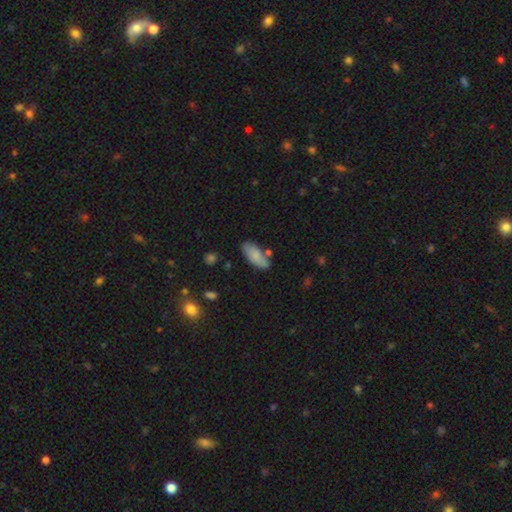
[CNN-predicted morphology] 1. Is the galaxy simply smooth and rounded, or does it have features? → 81% smooth, 12% featured or disk, 6% star or artifact.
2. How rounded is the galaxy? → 82% in between, 16% cigar-shaped, 2% round.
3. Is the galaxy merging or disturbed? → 65% none, 19% minor disturbance, 11% merger, 4% major disturbance.